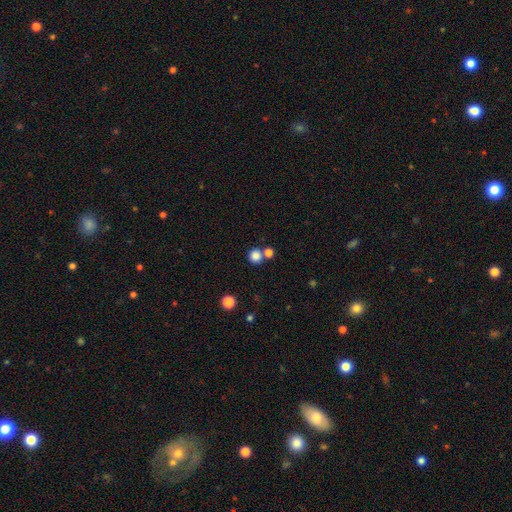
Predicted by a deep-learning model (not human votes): A smooth galaxy with no disk features (83%) that is round (92%).

Vote fractions:
- Smooth or featured? smooth: 83% / star or artifact: 12% / featured or disk: 5%
- How rounded? round: 92% / in between: 7% / cigar-shaped: 1%
- Merging? none: 66% / merger: 24% / minor disturbance: 7% / major disturbance: 3%